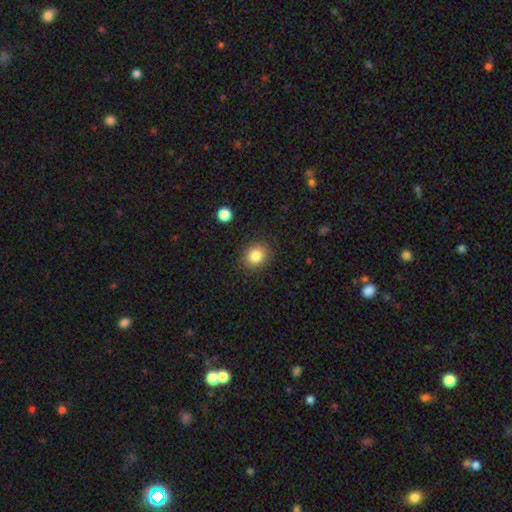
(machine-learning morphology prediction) Q: Smooth or featured?
A: smooth (83%); runner-up: star or artifact (10%)
Q: How rounded?
A: round (76%); runner-up: in between (24%)
Q: Merging?
A: none (89%); runner-up: minor disturbance (8%)